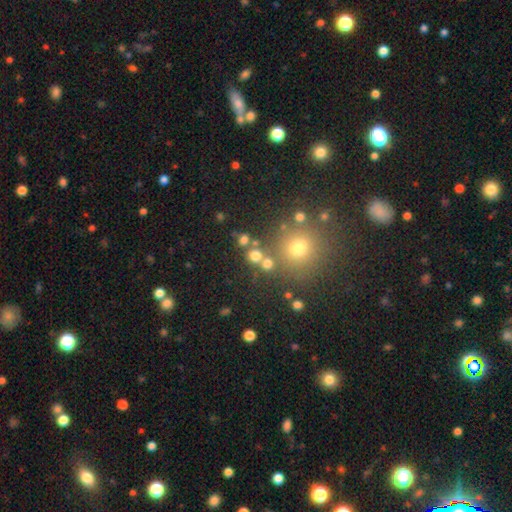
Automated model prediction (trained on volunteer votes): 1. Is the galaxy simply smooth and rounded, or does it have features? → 72% smooth, 19% star or artifact, 9% featured or disk.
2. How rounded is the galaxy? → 87% round, 12% in between, 1% cigar-shaped.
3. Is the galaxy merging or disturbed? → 68% none, 19% merger, 8% minor disturbance, 5% major disturbance.